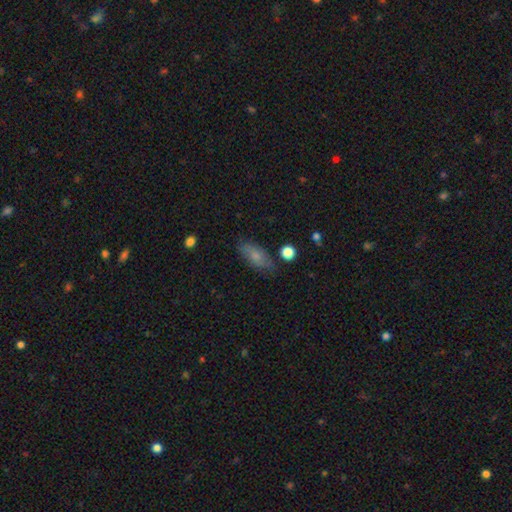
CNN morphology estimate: Smooth or featured: smooth — 74% (featured or disk — 18%)
How rounded: in between — 79% (cigar-shaped — 18%)
Merging: none — 76% (minor disturbance — 17%)